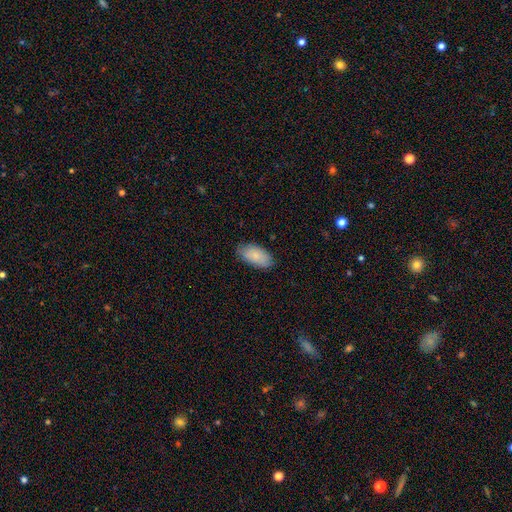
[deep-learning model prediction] This is clearly a smooth galaxy (85%). How rounded: clearly in between (95%). Merging: clearly none (80%).